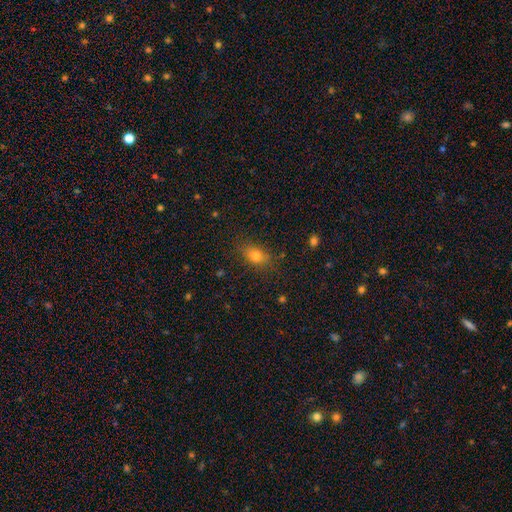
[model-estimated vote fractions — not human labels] Smooth or featured?
  - smooth: 76% *
  - star or artifact: 13%
  - featured or disk: 11%
How rounded?
  - in between: 71% *
  - round: 25%
  - cigar-shaped: 4%
Merging?
  - none: 81% *
  - minor disturbance: 14%
  - major disturbance: 4%
  - merger: 1%